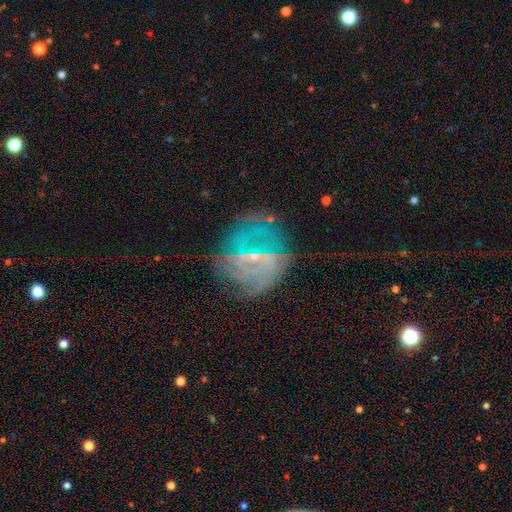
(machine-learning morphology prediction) Smooth or featured? featured or disk (59%)
Edge-on disk? no (92%)
Bar? weak (42%)
Spiral arms? yes (65%)
Bulge size? small (65%)
Merging? none (62%)